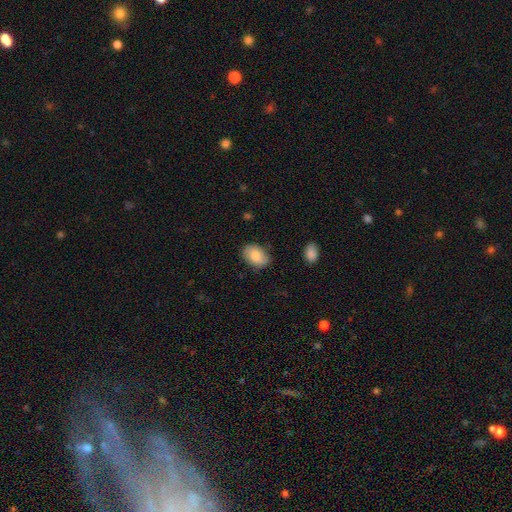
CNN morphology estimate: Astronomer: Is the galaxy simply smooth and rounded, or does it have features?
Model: smooth — 82%.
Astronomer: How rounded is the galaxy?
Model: in between — 85%.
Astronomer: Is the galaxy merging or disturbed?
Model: none — 78%.